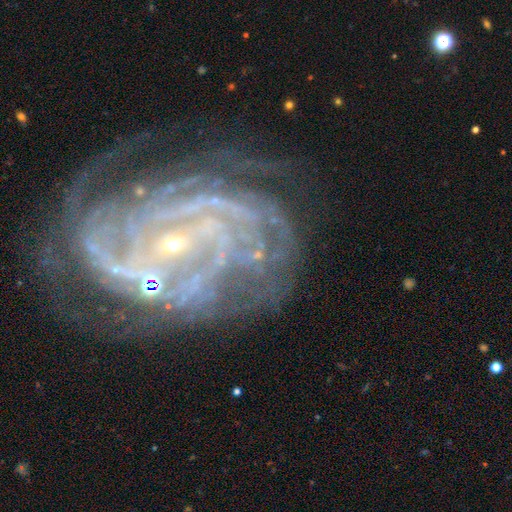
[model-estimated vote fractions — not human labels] The model was most divided on "spiral arm count": can't tell: 29%, 3: 17%, more than 4: 16%, 4: 16%, 2: 14%, 1: 8%. More confident: edge-on disk — no (96%); spiral arms — yes (92%); smooth or featured — featured or disk (78%); bulge size — small (72%); spiral winding — tight (66%); merging — none (60%); bar — no (51%).